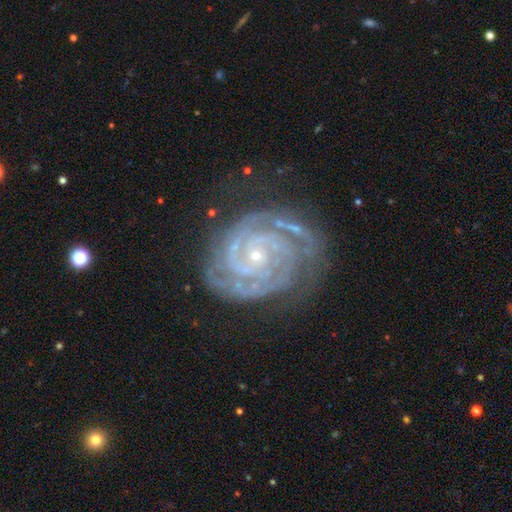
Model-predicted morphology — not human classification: This appears to be a featured or disk galaxy (92%) with no bar (70%), 2 (49%) tight (82%) spiral arms (99%) and a small central bulge (83%). Merging: none (70%).